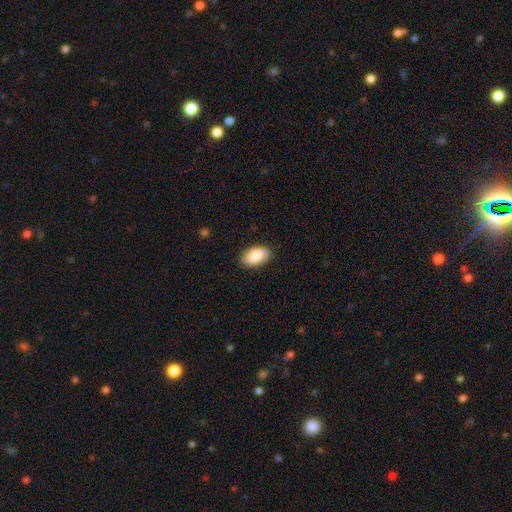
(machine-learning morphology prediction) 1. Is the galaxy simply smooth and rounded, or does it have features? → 84% smooth, 10% featured or disk, 6% star or artifact.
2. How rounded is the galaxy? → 94% in between, 5% round, 2% cigar-shaped.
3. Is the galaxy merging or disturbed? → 86% none, 11% minor disturbance, 2% major disturbance, 1% merger.